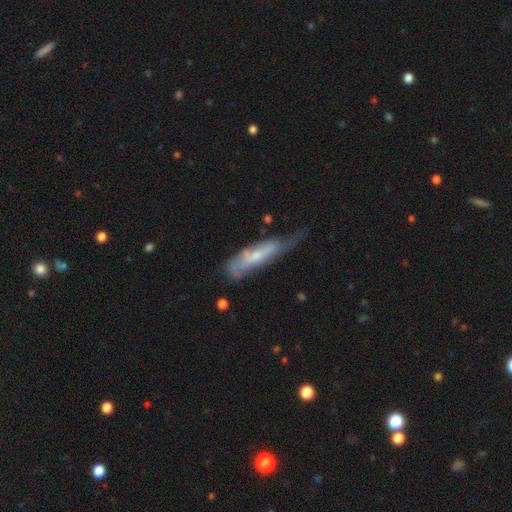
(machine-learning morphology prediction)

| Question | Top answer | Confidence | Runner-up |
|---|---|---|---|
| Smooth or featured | featured or disk | 54% | smooth (40%) |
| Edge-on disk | no | 61% | yes (39%) |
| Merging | minor disturbance | 36% | none (32%) |